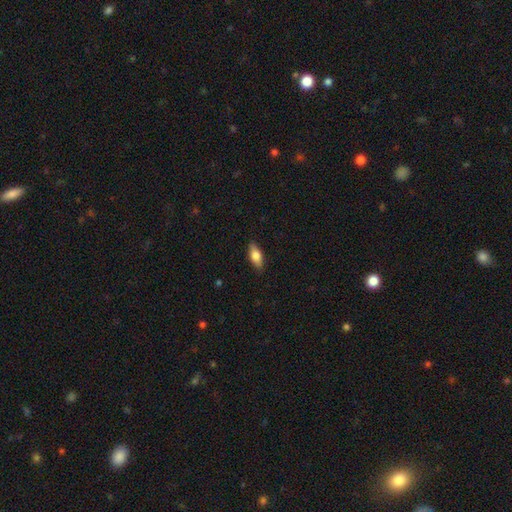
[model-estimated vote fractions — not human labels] The model was most divided on "smooth or featured": smooth: 71%, featured or disk: 23%, star or artifact: 6%. More confident: merging — none (88%); how rounded — in between (77%).